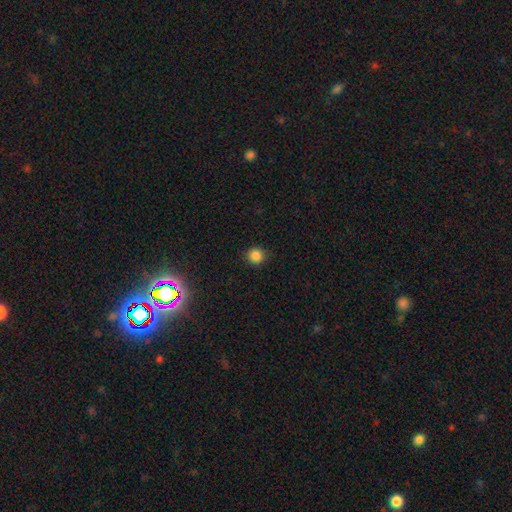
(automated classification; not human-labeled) Smooth or featured: smooth — 85% (star or artifact — 12%)
How rounded: round — 92% (in between — 7%)
Merging: none — 90% (minor disturbance — 7%)